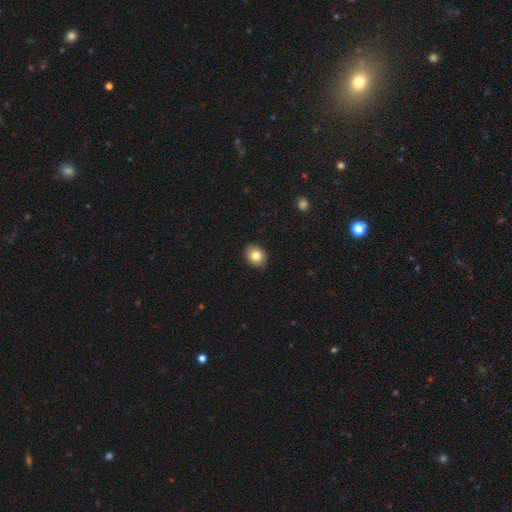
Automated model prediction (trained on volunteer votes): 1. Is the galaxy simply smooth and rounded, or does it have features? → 81% smooth, 10% star or artifact, 9% featured or disk.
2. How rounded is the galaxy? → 64% round, 35% in between, 1% cigar-shaped.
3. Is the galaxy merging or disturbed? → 86% none, 12% minor disturbance, 2% major disturbance, 1% merger.